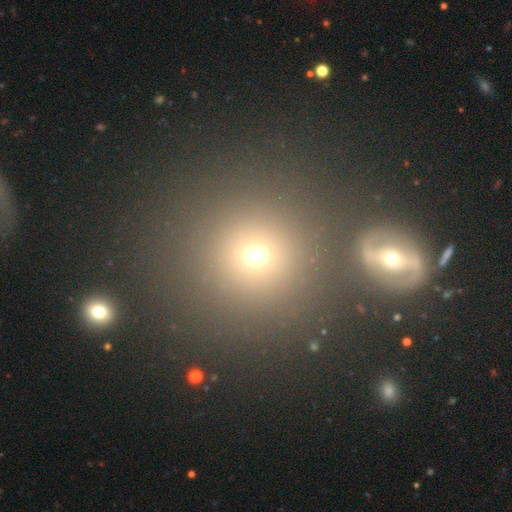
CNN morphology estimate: Smooth or featured?
  - smooth: 68% *
  - star or artifact: 19%
  - featured or disk: 13%
How rounded?
  - round: 92% *
  - in between: 7%
  - cigar-shaped: 1%
Merging?
  - none: 78% *
  - merger: 10%
  - minor disturbance: 8%
  - major disturbance: 4%